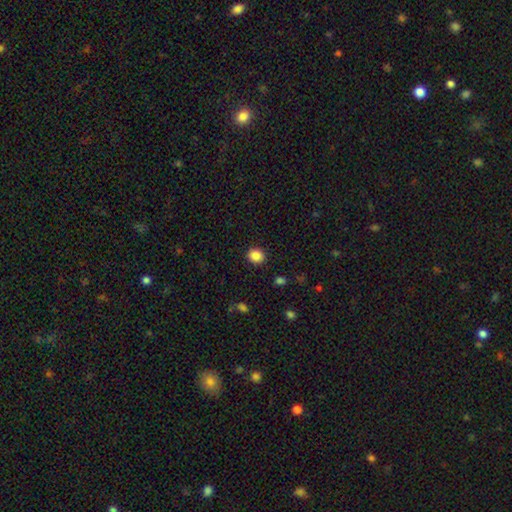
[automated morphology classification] Overall: smooth (87%). How rounded: round (80%). Merging: none (91%).